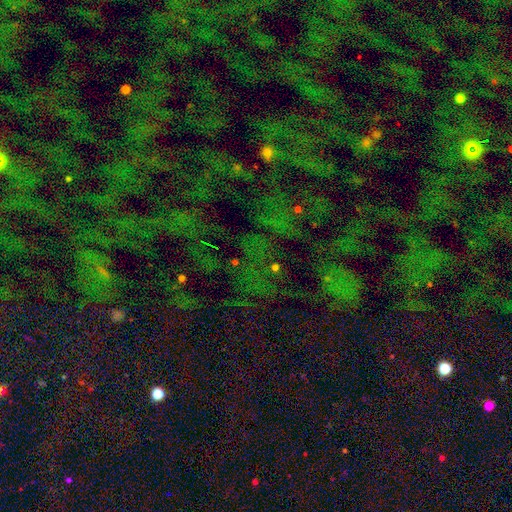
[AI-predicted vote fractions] A star or artifact, not a galaxy (73%).